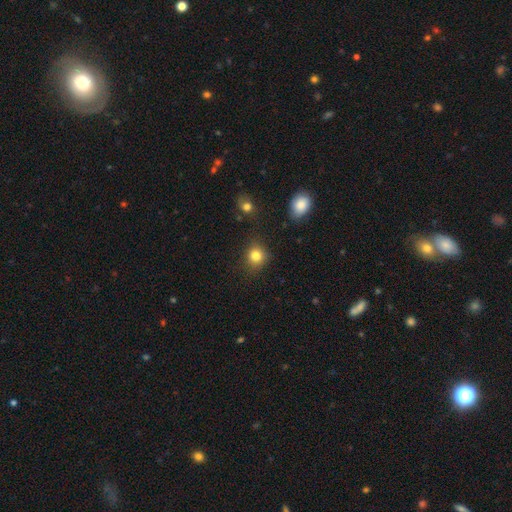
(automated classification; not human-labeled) The model was most divided on "how rounded": round: 84%, in between: 15%, cigar-shaped: 1%. More confident: merging — none (83%); smooth or featured — smooth (83%).